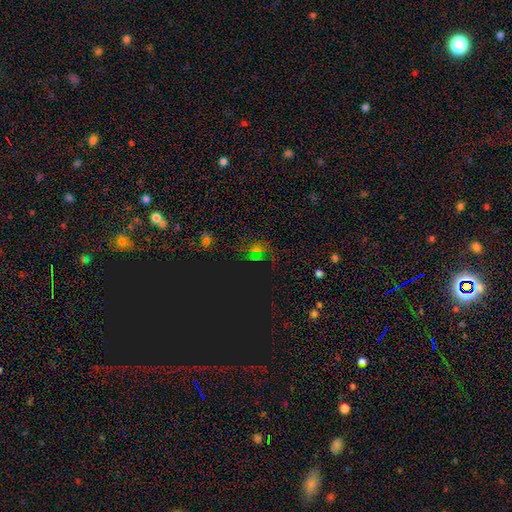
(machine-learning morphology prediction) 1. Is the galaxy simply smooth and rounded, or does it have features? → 63% star or artifact, 25% smooth, 12% featured or disk.